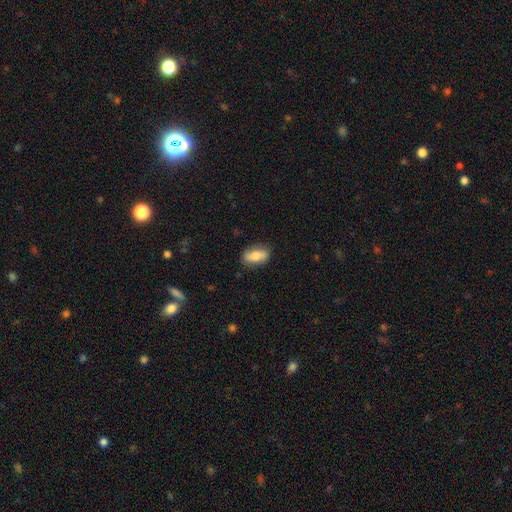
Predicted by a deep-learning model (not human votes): This appears to be a smooth galaxy with no disk features (61%) that is in between round and cigar-shaped (83%). Merging: none (83%).